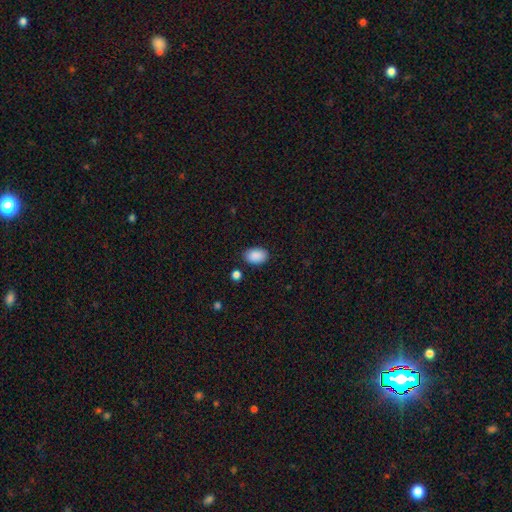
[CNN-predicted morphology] This appears to be a smooth galaxy with no disk features (90%) that is in between round and cigar-shaped (87%). Merging: none (84%).